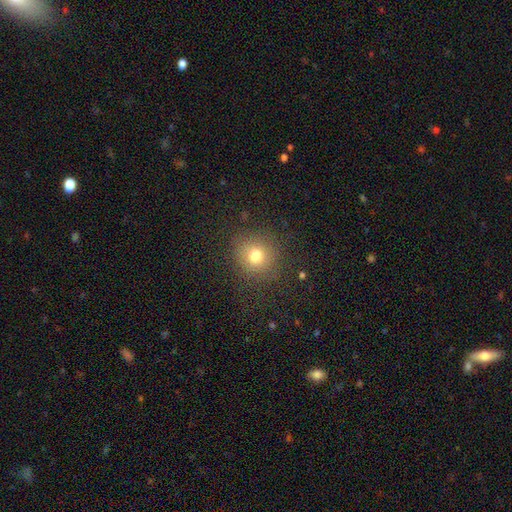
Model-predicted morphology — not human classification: A smooth galaxy with no disk features (75%) that is round (86%). Merging: none (82%).